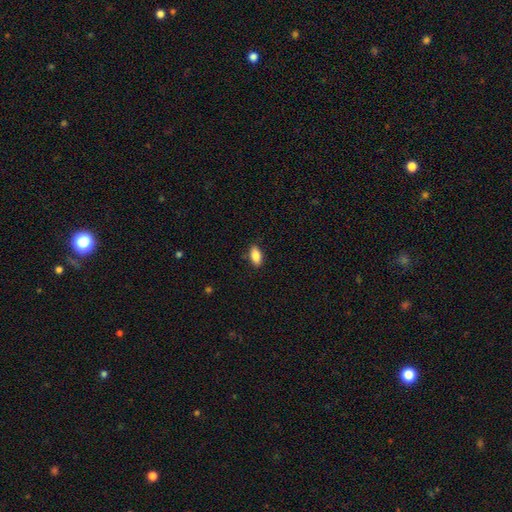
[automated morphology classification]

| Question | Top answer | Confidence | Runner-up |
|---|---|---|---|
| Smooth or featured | smooth | 86% | star or artifact (7%) |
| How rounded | in between | 89% | cigar-shaped (7%) |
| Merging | none | 85% | minor disturbance (11%) |